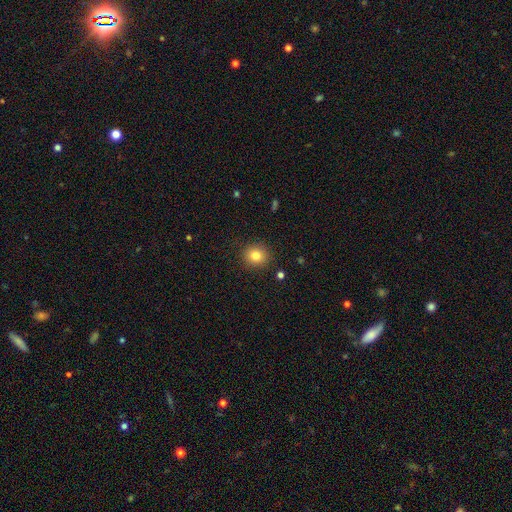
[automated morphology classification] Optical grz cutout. It shows a smooth galaxy with no disk features (82%) that is round (87%). Merging: none (90%).